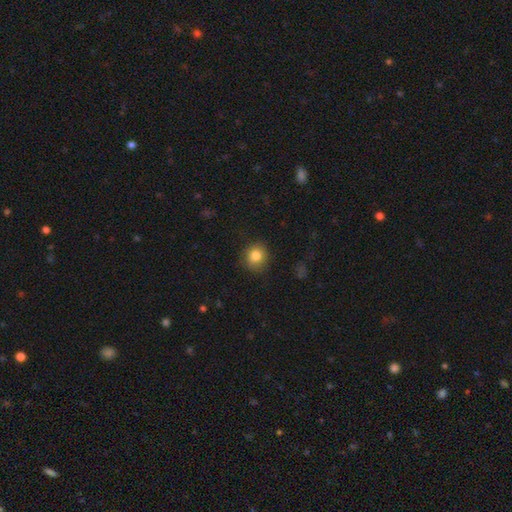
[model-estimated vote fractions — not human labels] This appears to be a smooth galaxy with no disk features (83%) that is round (84%). Merging: none (84%).